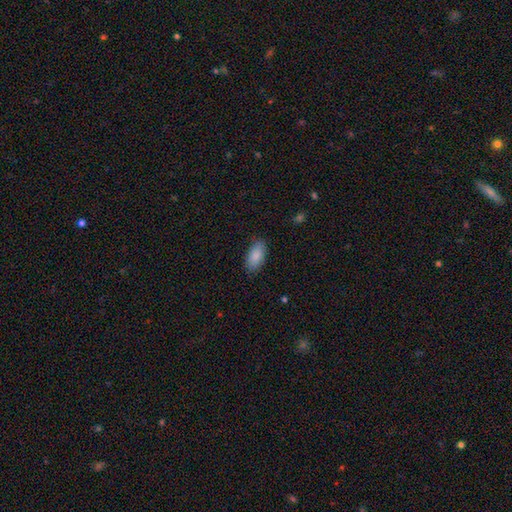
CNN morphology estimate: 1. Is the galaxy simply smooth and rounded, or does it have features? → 88% smooth, 6% star or artifact, 5% featured or disk.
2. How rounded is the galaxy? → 91% in between, 7% cigar-shaped, 2% round.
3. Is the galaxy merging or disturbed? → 84% none, 13% minor disturbance, 3% major disturbance, 1% merger.